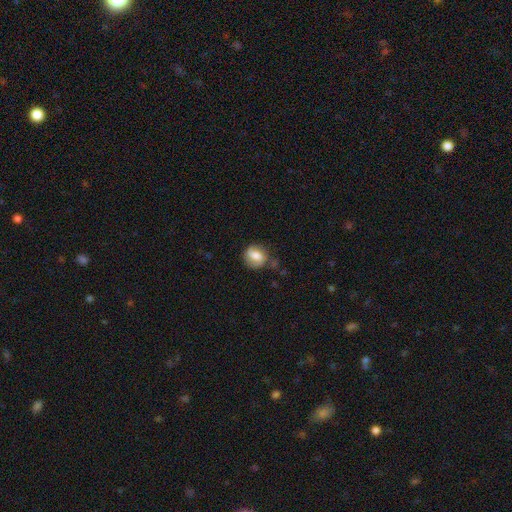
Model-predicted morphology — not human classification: Smooth or featured? smooth (60%)
How rounded? round (60%)
Merging? none (60%)